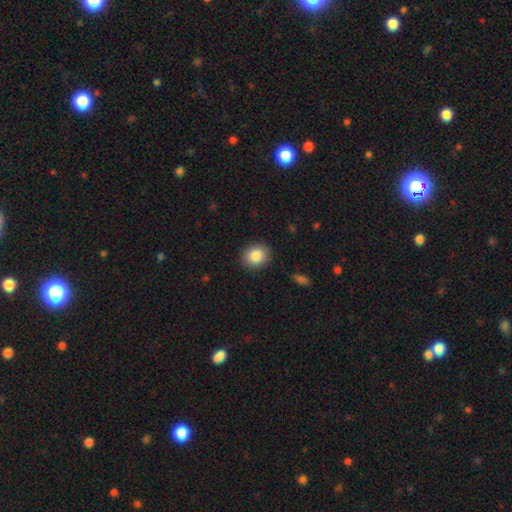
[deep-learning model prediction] Q: Smooth or featured?
A: smooth (86%); runner-up: star or artifact (8%)
Q: How rounded?
A: round (68%); runner-up: in between (31%)
Q: Merging?
A: none (90%); runner-up: minor disturbance (7%)